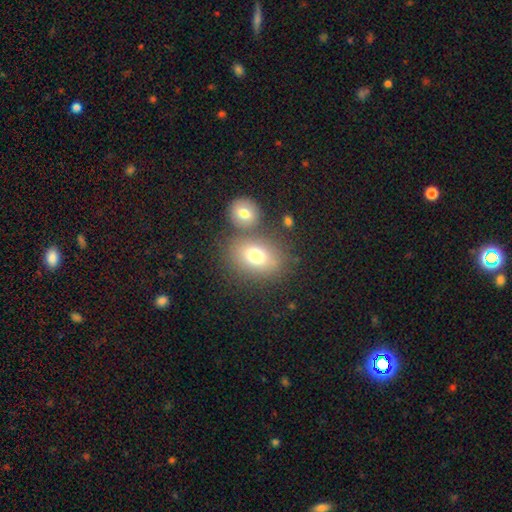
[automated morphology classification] Overall: smooth (75%). How rounded: in between (64%; round 34%). Merging: none (61%; merger 24%).